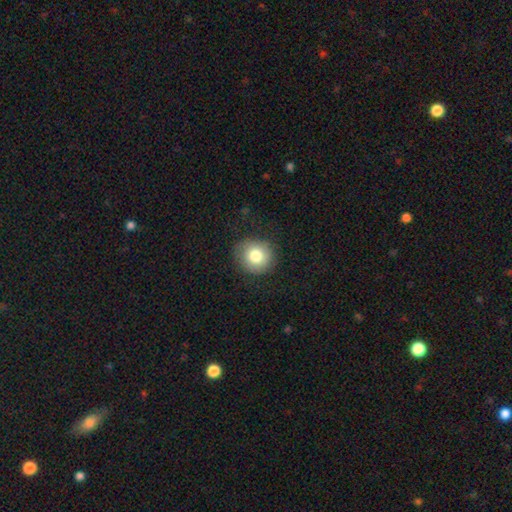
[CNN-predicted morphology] Smooth or featured? smooth (80%)
How rounded? round (87%)
Merging? none (82%)